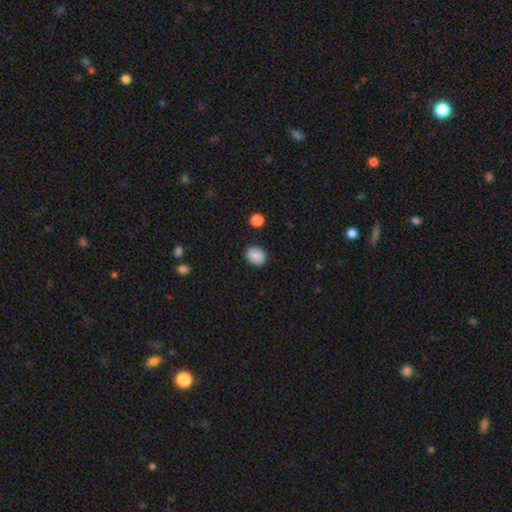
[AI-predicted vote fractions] Q: Smooth or featured?
A: smooth (88%); runner-up: star or artifact (8%)
Q: How rounded?
A: in between (52%); runner-up: round (47%)
Q: Merging?
A: none (87%); runner-up: minor disturbance (9%)